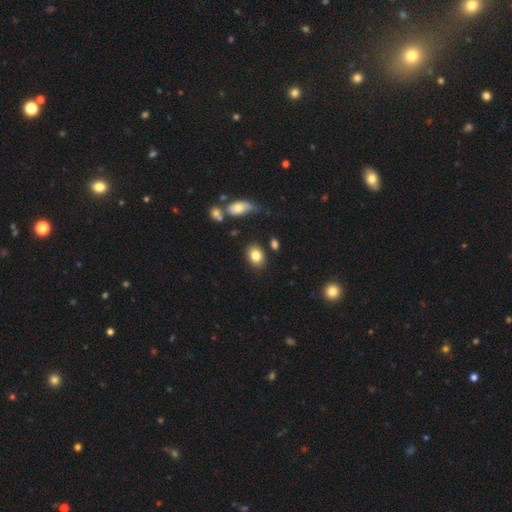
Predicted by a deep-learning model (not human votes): Smooth or featured?
  - smooth: 82% *
  - star or artifact: 9%
  - featured or disk: 9%
How rounded?
  - in between: 70% *
  - round: 29%
  - cigar-shaped: 1%
Merging?
  - none: 81% *
  - minor disturbance: 11%
  - merger: 4%
  - major disturbance: 4%